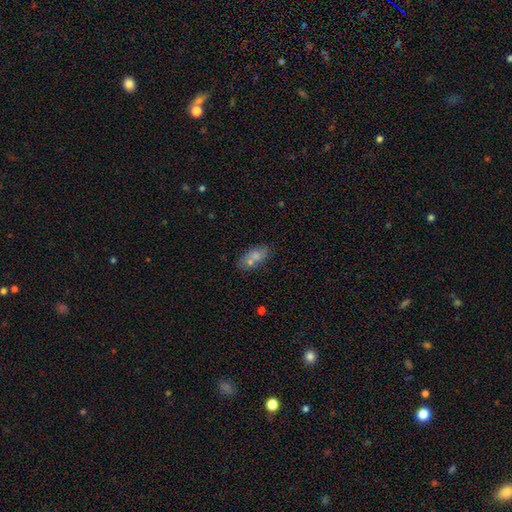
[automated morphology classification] A smooth galaxy with no disk features (62%) that is in between round and cigar-shaped (81%).

Vote fractions:
- Smooth or featured? smooth: 62% / featured or disk: 23% / star or artifact: 15%
- How rounded? in between: 81% / cigar-shaped: 11% / round: 9%
- Merging? none: 64% / merger: 17% / minor disturbance: 14% / major disturbance: 4%